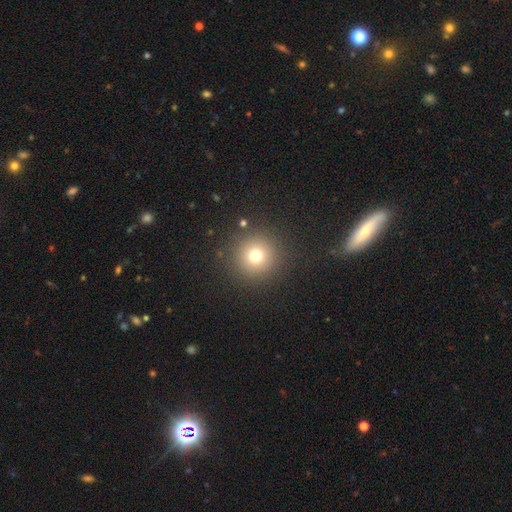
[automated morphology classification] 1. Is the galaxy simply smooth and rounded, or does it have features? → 74% smooth, 17% star or artifact, 10% featured or disk.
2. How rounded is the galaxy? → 95% round, 4% in between, 1% cigar-shaped.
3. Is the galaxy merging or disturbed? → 89% none, 6% minor disturbance, 3% major disturbance, 2% merger.